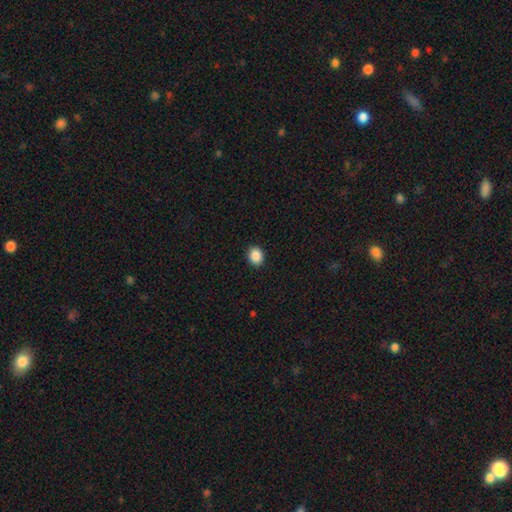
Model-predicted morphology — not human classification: This appears to be a smooth galaxy with no disk features (88%) that is round (58%). Merging: none (91%).